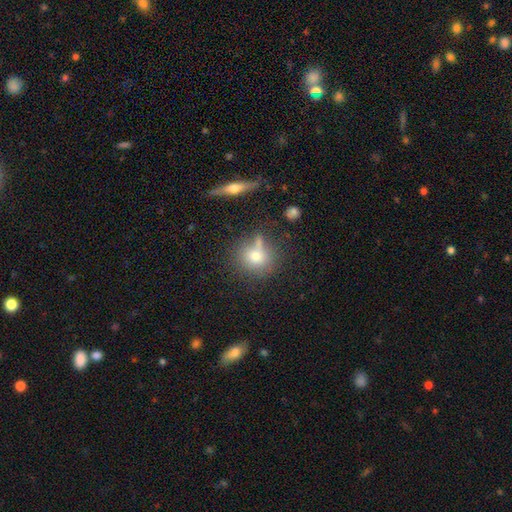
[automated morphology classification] Smooth or featured? Predicted: smooth (p=0.72). How rounded? Predicted: round (p=0.81). Merging? Predicted: none (p=0.67).